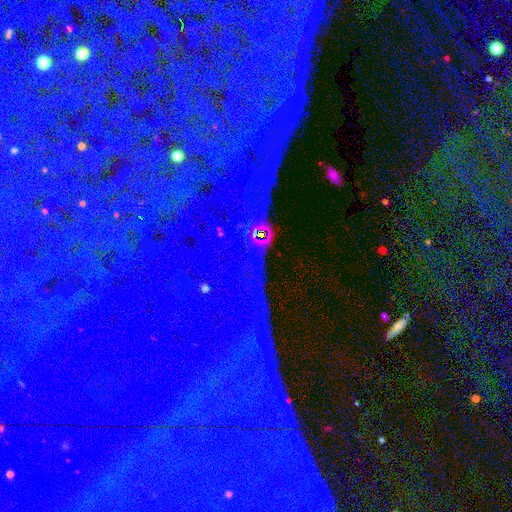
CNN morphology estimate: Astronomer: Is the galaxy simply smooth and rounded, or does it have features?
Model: star or artifact — 85%.